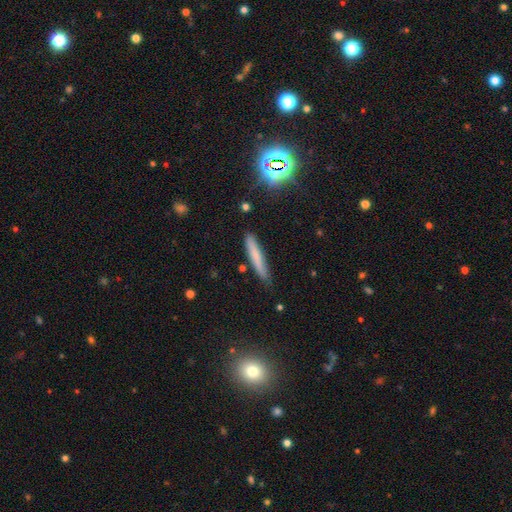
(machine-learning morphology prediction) smooth 69%, featured or disk 20%, star or artifact 11%. Down the decision tree: how rounded — cigar-shaped (92%); merging — none (80%).